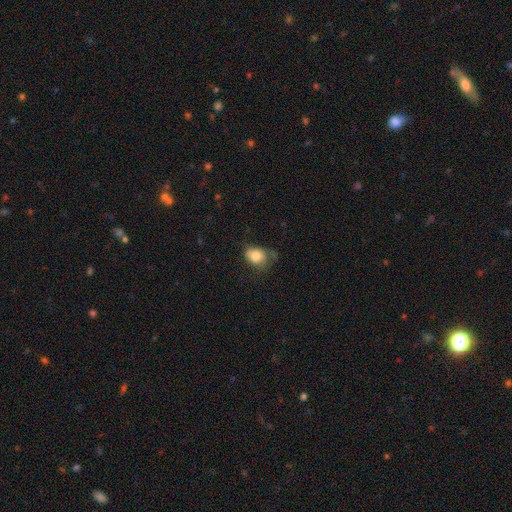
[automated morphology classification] Overall: smooth (78%). How rounded: in between (60%; round 39%). Merging: none (43%; minor disturbance 34%).